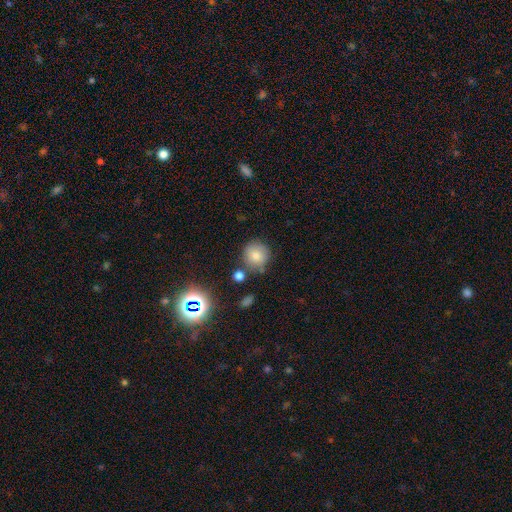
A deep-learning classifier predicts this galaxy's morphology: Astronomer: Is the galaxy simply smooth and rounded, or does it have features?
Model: smooth — 78%.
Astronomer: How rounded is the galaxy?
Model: round — 92%.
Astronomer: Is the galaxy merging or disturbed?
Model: none — 75%.